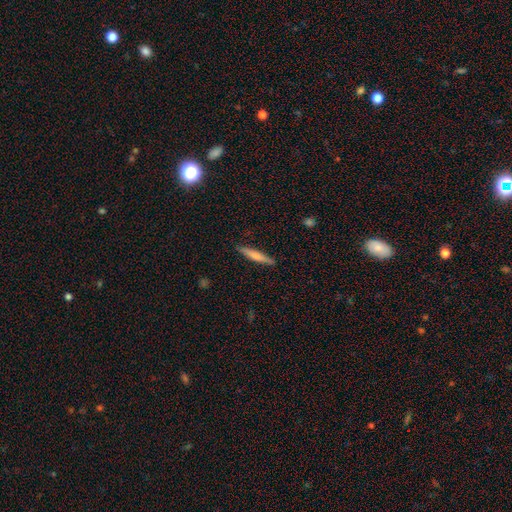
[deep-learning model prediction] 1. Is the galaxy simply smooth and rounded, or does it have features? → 66% smooth, 29% featured or disk, 5% star or artifact.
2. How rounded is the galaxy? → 93% cigar-shaped, 6% in between, 1% round.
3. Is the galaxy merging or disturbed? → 89% none, 8% minor disturbance, 2% major disturbance, 1% merger.